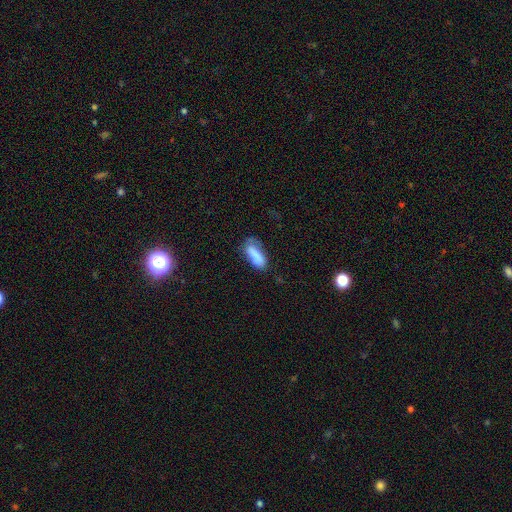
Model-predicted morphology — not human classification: type=smooth (82%); roundness=in between (70%); merging=none (48%).